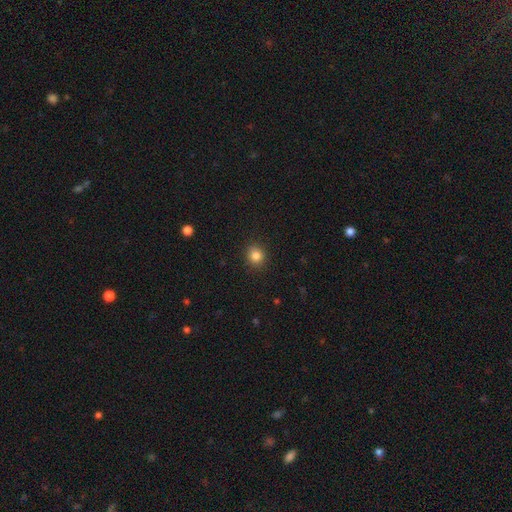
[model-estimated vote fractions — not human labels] The model was most divided on "how rounded": round: 84%, in between: 15%, cigar-shaped: 1%. More confident: merging — none (91%); smooth or featured — smooth (84%).